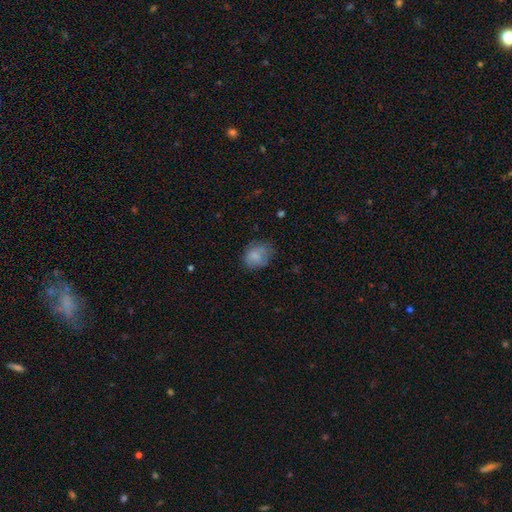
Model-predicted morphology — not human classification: Smooth or featured?
  - smooth: 77% *
  - featured or disk: 14%
  - star or artifact: 9%
How rounded?
  - round: 51% *
  - in between: 48%
  - cigar-shaped: 1%
Merging?
  - none: 60% *
  - minor disturbance: 27%
  - major disturbance: 12%
  - merger: 1%